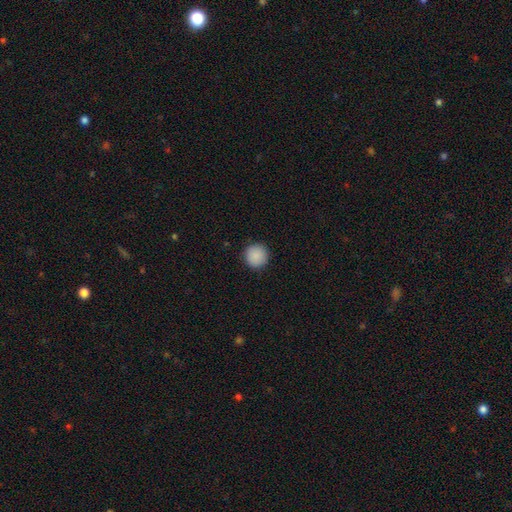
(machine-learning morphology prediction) type=smooth (89%); roundness=round (95%); merging=none (92%).